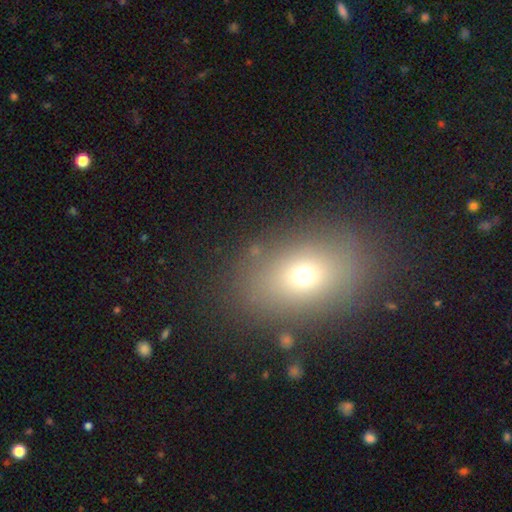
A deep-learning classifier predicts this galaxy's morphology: Smooth or featured? smooth (67%)
How rounded? in between (73%)
Merging? none (81%)